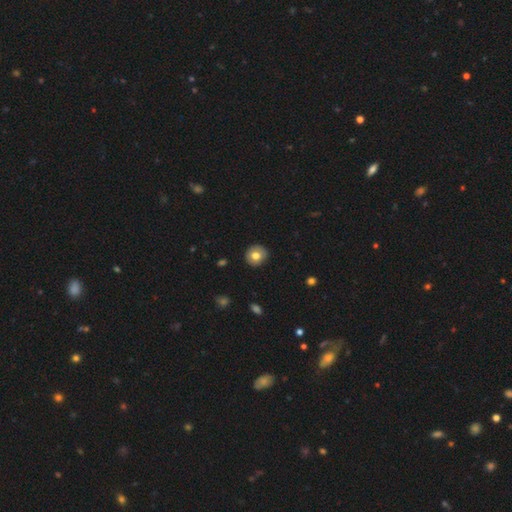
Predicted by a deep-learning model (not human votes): Smooth or featured? Predicted: smooth (p=0.74). How rounded? Predicted: round (p=0.88). Merging? Predicted: none (p=0.90).